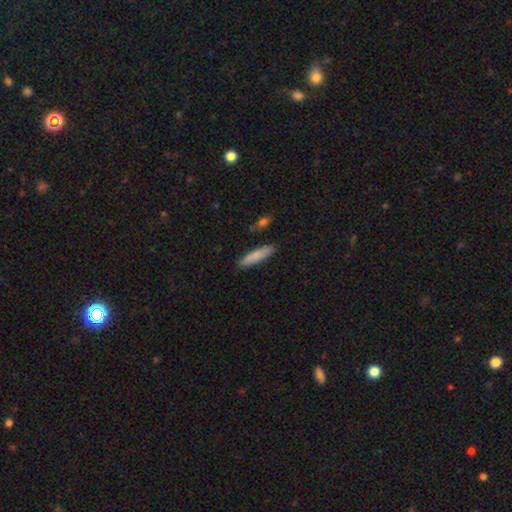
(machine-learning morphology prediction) smooth 81%, featured or disk 13%, star or artifact 6%. Down the decision tree: how rounded — cigar-shaped (78%); merging — none (86%).